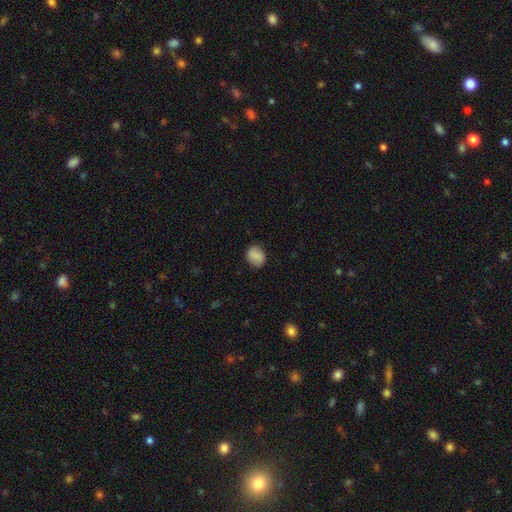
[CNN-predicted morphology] This is clearly a smooth galaxy (81%). How rounded: possibly round (54%). Merging: clearly none (83%).